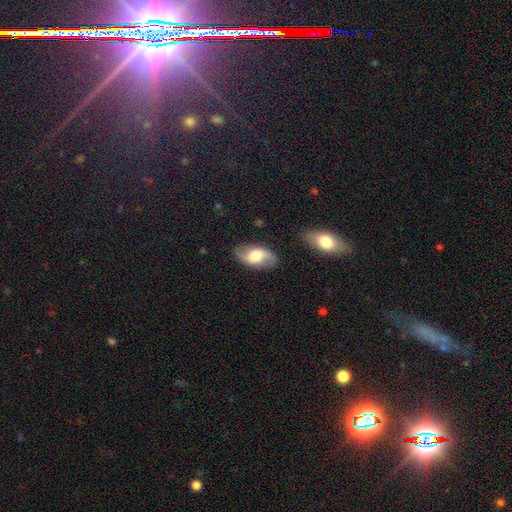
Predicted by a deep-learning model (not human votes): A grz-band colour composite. It shows a featured or disk galaxy (57%) with no bar (47%), spiral arms (83%) and a moderate central bulge (49%). Merging: none (81%).